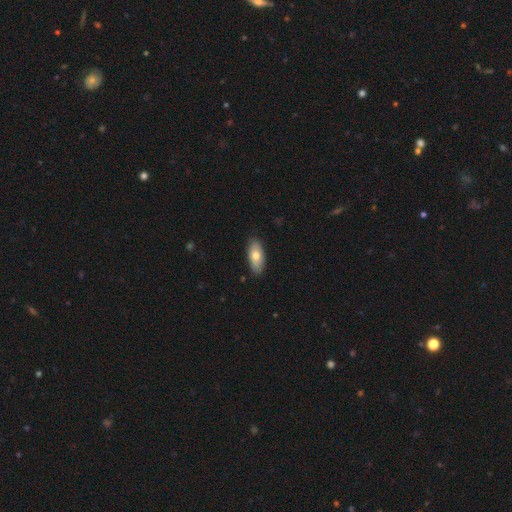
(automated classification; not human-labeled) smooth-or-featured: smooth: 71% | featured or disk: 23% | star or artifact: 6%
  how-rounded: in between: 88% | cigar-shaped: 9% | round: 3%
  merging: none: 86% | minor disturbance: 11% | major disturbance: 2% | merger: 1%